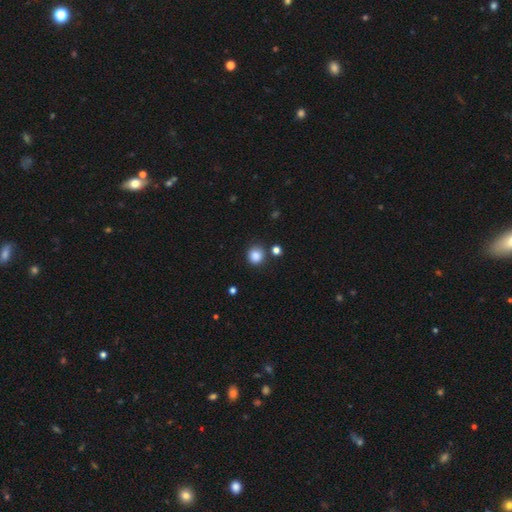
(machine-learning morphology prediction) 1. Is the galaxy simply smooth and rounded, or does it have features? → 86% smooth, 11% star or artifact, 3% featured or disk.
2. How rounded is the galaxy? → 89% round, 10% in between, 1% cigar-shaped.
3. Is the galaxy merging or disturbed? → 83% none, 9% minor disturbance, 5% merger, 3% major disturbance.